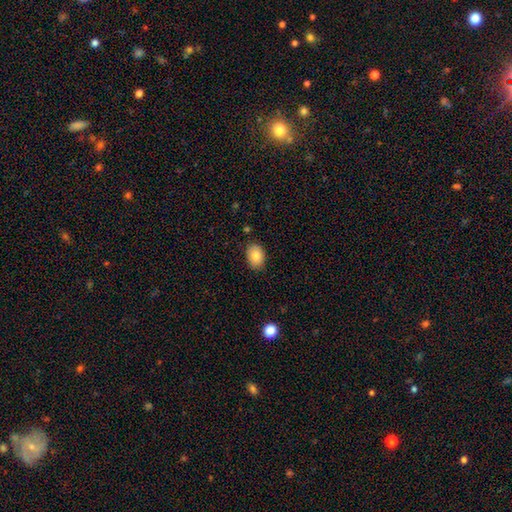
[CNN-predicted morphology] Overall: smooth (84%). How rounded: in between (79%). Merging: none (83%).